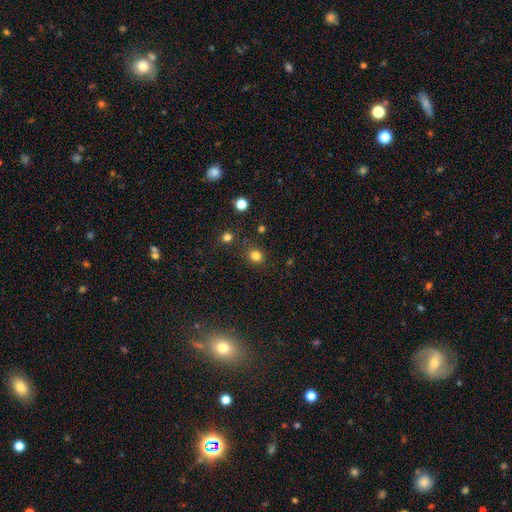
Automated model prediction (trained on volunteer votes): This is clearly a smooth galaxy (81%). How rounded: clearly round (81%). Merging: clearly none (82%).